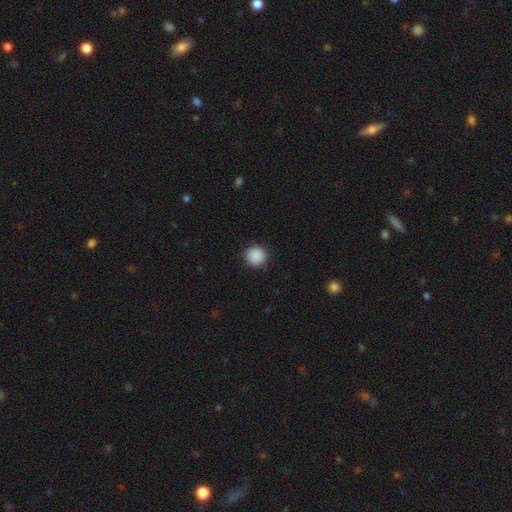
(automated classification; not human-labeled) Smooth or featured? Predicted: smooth (p=0.90). How rounded? Predicted: round (p=0.95). Merging? Predicted: none (p=0.92).